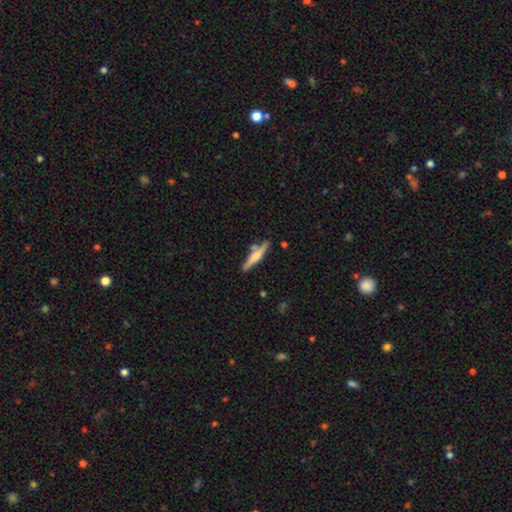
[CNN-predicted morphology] The model was most divided on "smooth or featured": featured or disk: 57%, smooth: 38%, star or artifact: 6%. More confident: edge-on disk — yes (96%); edge-on bulge — rounded (83%); merging — none (78%).